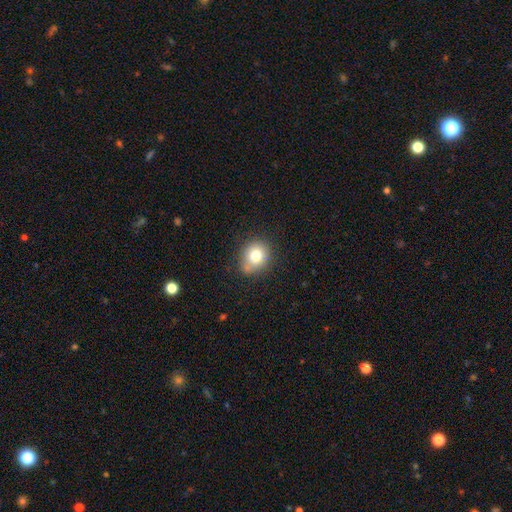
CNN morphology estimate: Smooth or featured: smooth — 76% (featured or disk — 12%)
How rounded: round — 73% (in between — 26%)
Merging: none — 71% (minor disturbance — 18%)